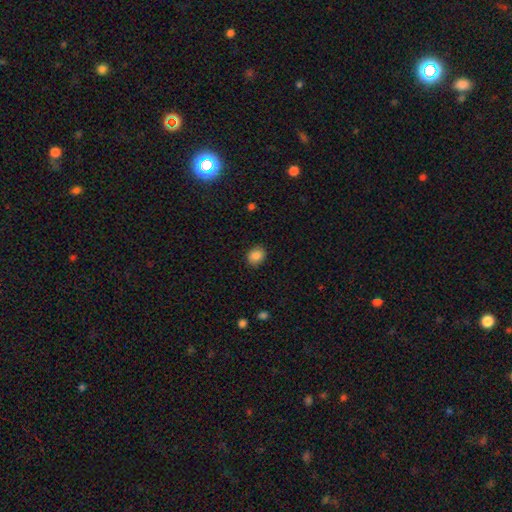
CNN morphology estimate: Smooth or featured?
  - smooth: 87% *
  - star or artifact: 9%
  - featured or disk: 4%
How rounded?
  - round: 56% *
  - in between: 43%
  - cigar-shaped: 1%
Merging?
  - none: 88% *
  - minor disturbance: 9%
  - major disturbance: 2%
  - merger: 1%